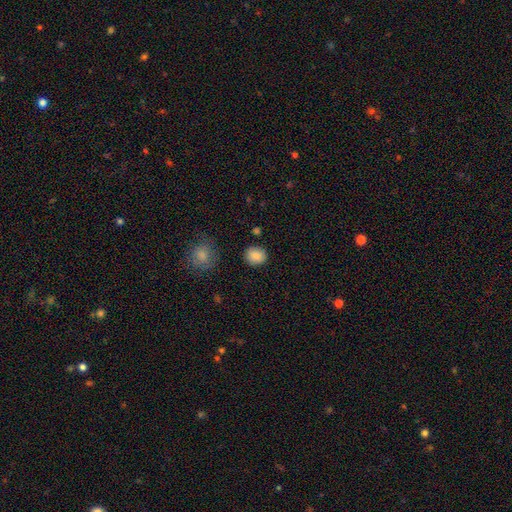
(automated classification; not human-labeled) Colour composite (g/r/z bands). It shows a smooth galaxy with no disk features (87%) that is round (77%). Merging: none (87%).